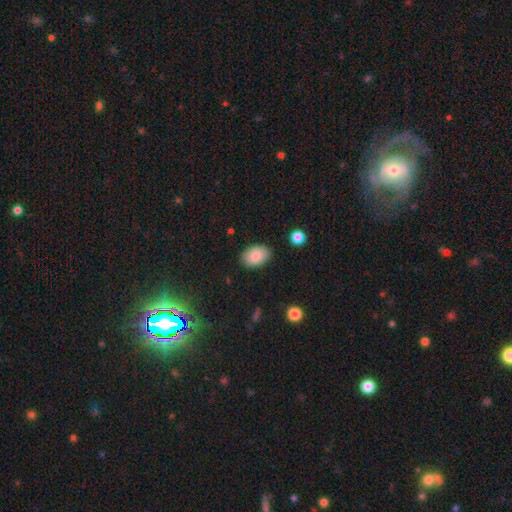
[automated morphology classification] A smooth galaxy with no disk features (88%) that is in between round and cigar-shaped (86%). Merging: none (85%).